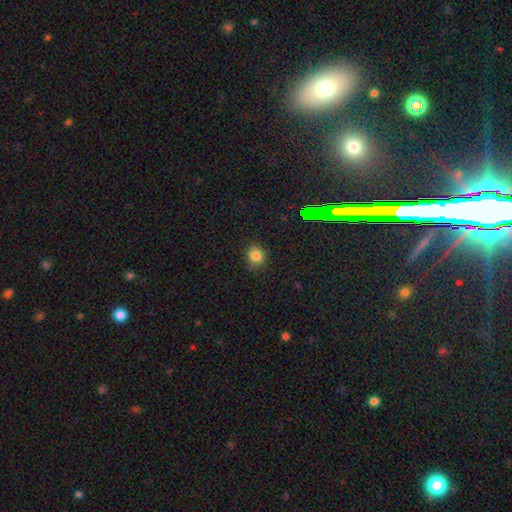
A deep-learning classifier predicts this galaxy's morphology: smooth_or_featured: smooth (p=0.82) [alt: star or artifact p=0.14]
how_rounded: round (p=0.81) [alt: in between p=0.18]
merging: none (p=0.87) [alt: minor disturbance p=0.10]